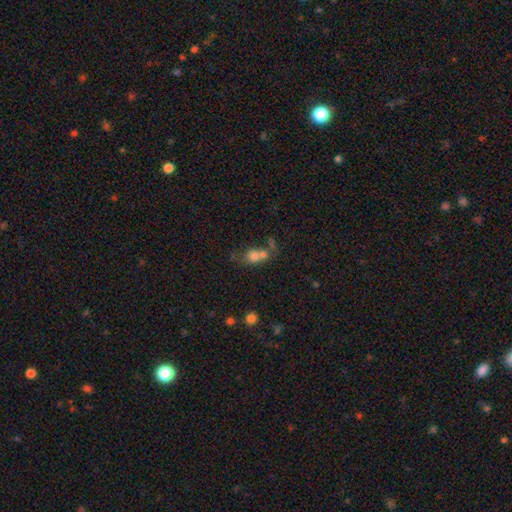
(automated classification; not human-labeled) The model was most divided on "how rounded": round: 61%, in between: 37%, cigar-shaped: 2%. More confident: smooth or featured — smooth (70%); merging — merger (59%).